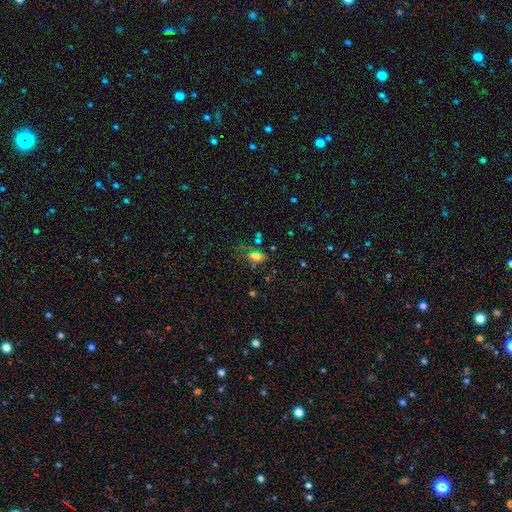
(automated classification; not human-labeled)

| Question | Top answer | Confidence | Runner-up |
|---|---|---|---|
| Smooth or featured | smooth | 60% | star or artifact (26%) |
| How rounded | in between | 79% | round (12%) |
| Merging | none | 62% | minor disturbance (18%) |